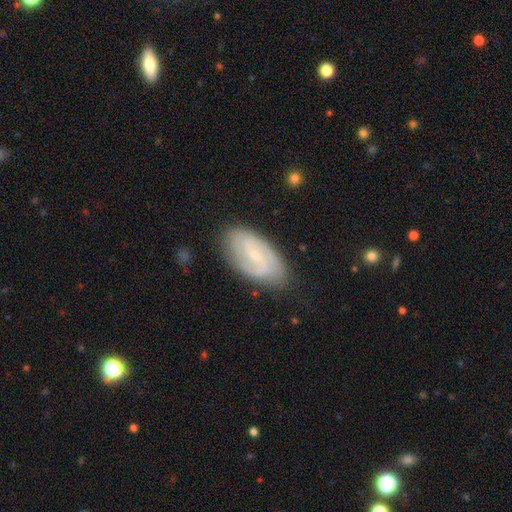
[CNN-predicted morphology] type=featured or disk (77%); edge-on=no (95%); bar=weak (53%); spiral arms=yes (91%); winding=medium (44%); arm count=2 (78%); bulge=small (74%); merging=none (79%).